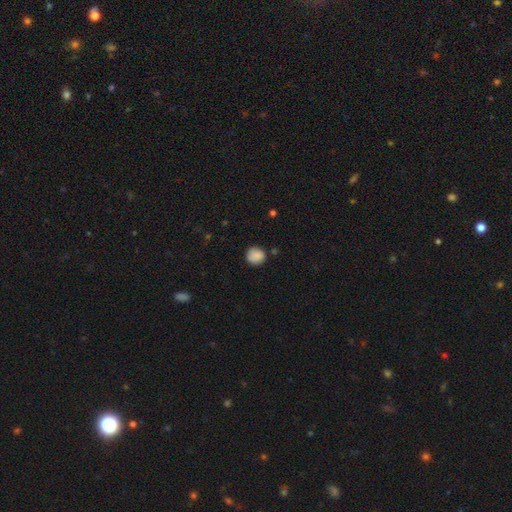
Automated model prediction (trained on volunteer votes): This is clearly a smooth galaxy (86%). How rounded: clearly round (87%). Merging: likely none (77%).